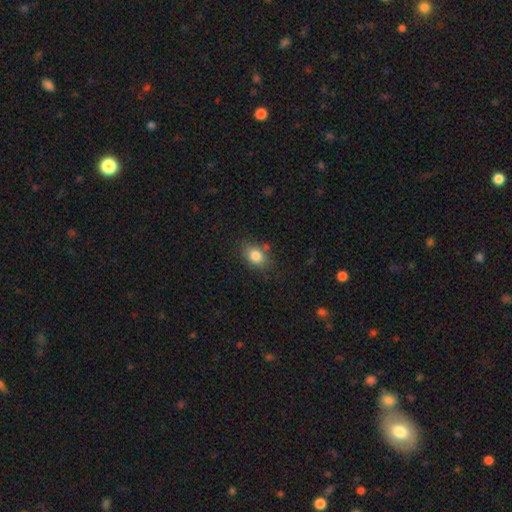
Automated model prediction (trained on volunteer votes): This is clearly a smooth galaxy (83%). How rounded: likely in between (73%). Merging: likely none (74%).